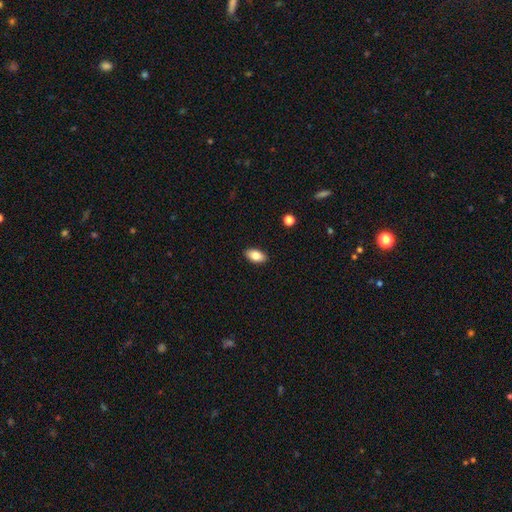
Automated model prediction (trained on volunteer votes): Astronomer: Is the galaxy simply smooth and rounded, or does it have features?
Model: smooth — 82%.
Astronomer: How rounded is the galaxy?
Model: in between — 92%.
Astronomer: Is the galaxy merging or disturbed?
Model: none — 90%.